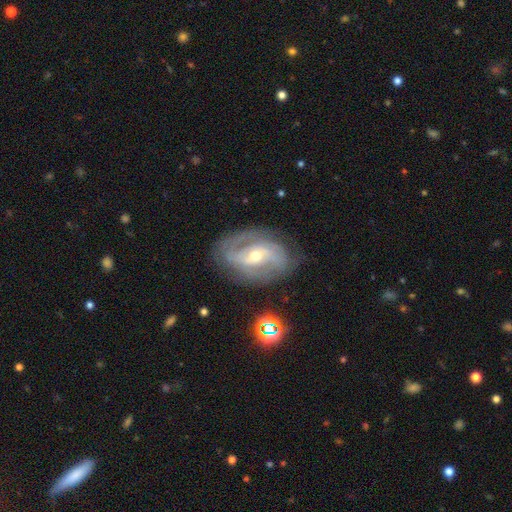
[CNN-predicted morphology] Overall: featured or disk (85%). Edge-on disk: no (96%). Bar: weak (43%; no 30%). Spiral arms: yes (92%). Spiral arm count: 2 (59%; can't tell 20%). Spiral winding: tight (42%, tied with medium). Bulge size: moderate (51%; small 45%). Merging: none (72%).